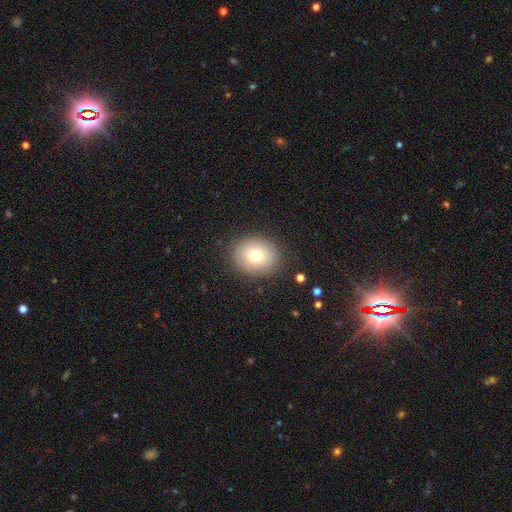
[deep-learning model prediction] Smooth or featured? smooth (74%)
How rounded? round (61%)
Merging? none (86%)